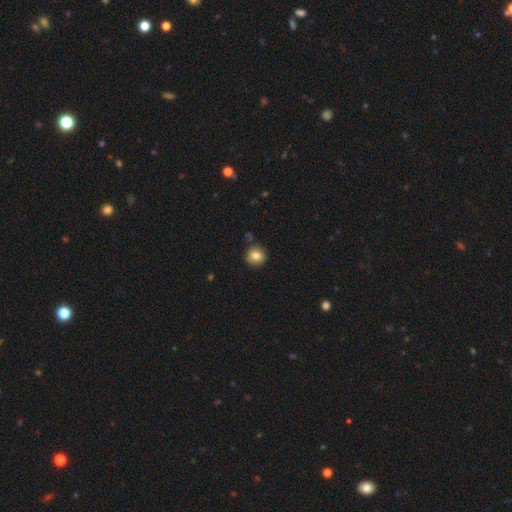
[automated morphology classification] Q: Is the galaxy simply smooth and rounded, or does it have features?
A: smooth — 82%.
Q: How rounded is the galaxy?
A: round — 88%.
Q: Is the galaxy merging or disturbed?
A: none — 85%.